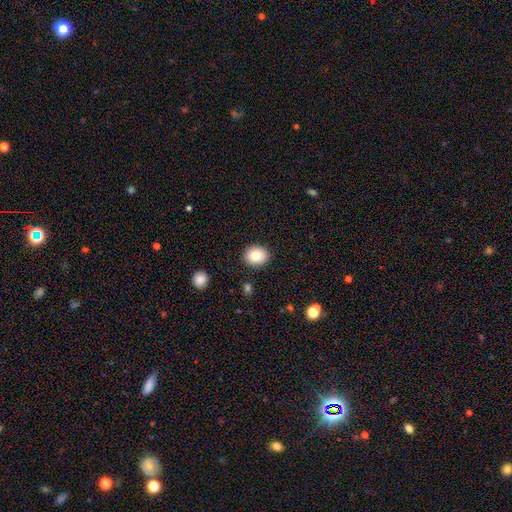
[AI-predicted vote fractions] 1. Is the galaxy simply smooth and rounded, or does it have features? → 80% smooth, 10% featured or disk, 9% star or artifact.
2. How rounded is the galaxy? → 61% round, 39% in between, 1% cigar-shaped.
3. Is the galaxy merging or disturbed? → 90% none, 7% minor disturbance, 2% major disturbance, 1% merger.